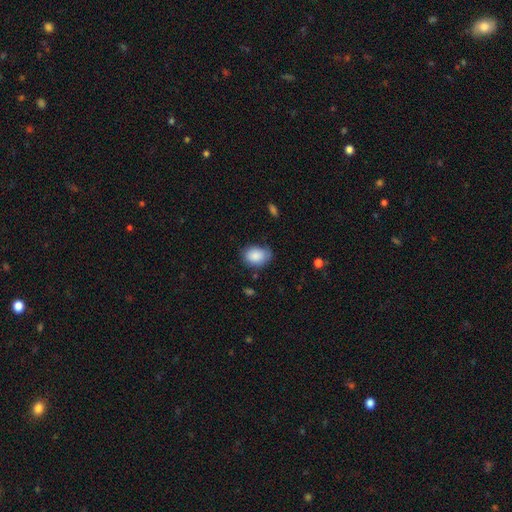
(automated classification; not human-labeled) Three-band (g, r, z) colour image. It shows a smooth galaxy with no disk features (86%) that is in between round and cigar-shaped (76%). Merging: none (65%).